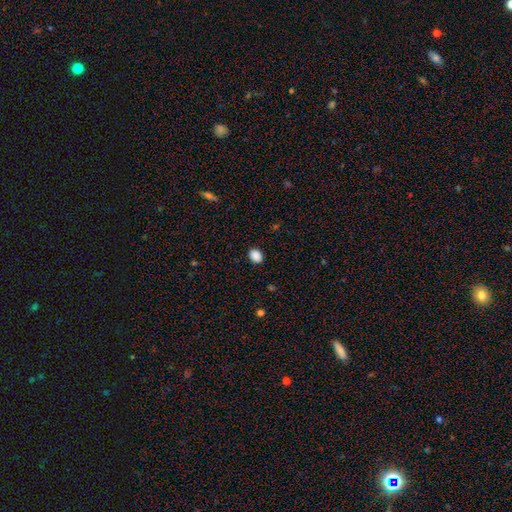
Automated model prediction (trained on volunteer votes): Smooth or featured? Predicted: smooth (p=0.88). How rounded? Predicted: in between (p=0.64). Merging? Predicted: none (p=0.88).